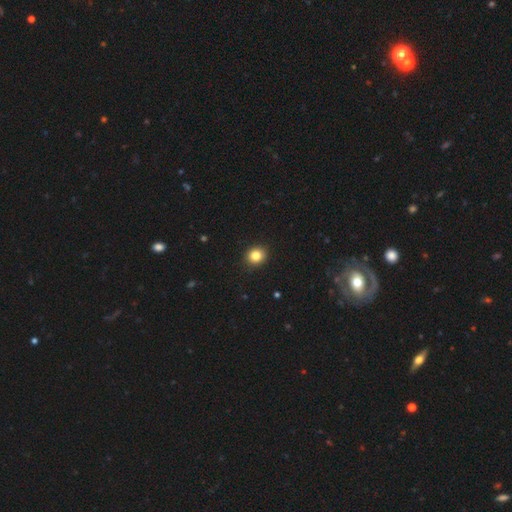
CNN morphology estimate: A smooth galaxy with no disk features (84%) that is round (83%). Merging: none (92%).